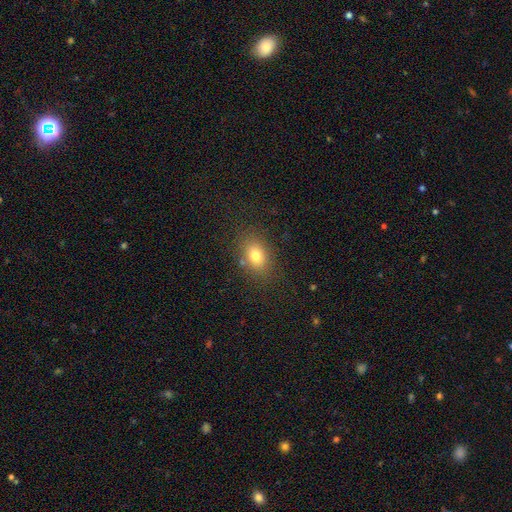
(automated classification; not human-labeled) A smooth galaxy with no disk features (77%) that is in between round and cigar-shaped (73%). Merging: none (81%).